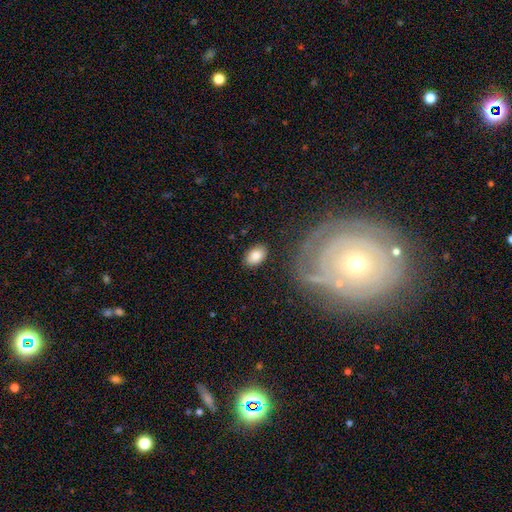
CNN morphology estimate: Overall: smooth (82%). How rounded: in between (88%). Merging: none (84%).